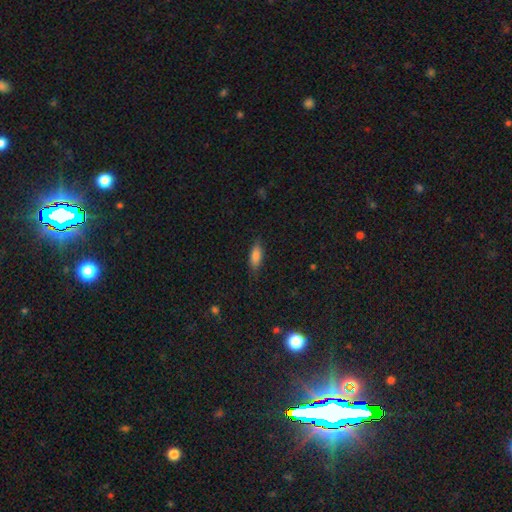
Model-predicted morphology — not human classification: Smooth or featured? Predicted: smooth (p=0.81). How rounded? Predicted: in between (p=0.69). Merging? Predicted: none (p=0.80).